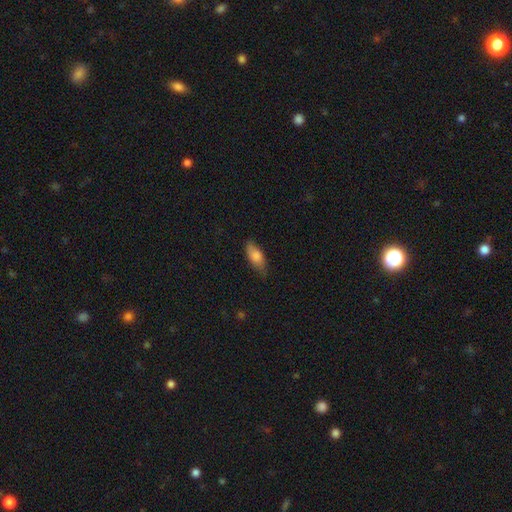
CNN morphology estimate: Smooth or featured? Predicted: smooth (p=0.80). How rounded? Predicted: in between (p=0.80). Merging? Predicted: none (p=0.73).